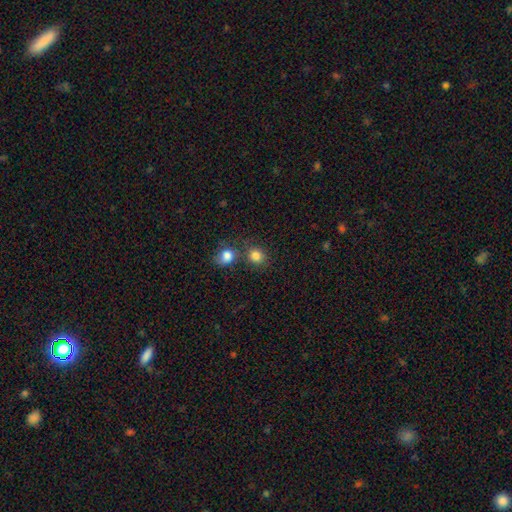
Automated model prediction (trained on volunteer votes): A smooth galaxy with no disk features (83%) that is round (76%).

Vote fractions:
- Smooth or featured? smooth: 83% / star or artifact: 11% / featured or disk: 6%
- How rounded? round: 76% / in between: 23% / cigar-shaped: 1%
- Merging? none: 60% / merger: 27% / minor disturbance: 9% / major disturbance: 4%